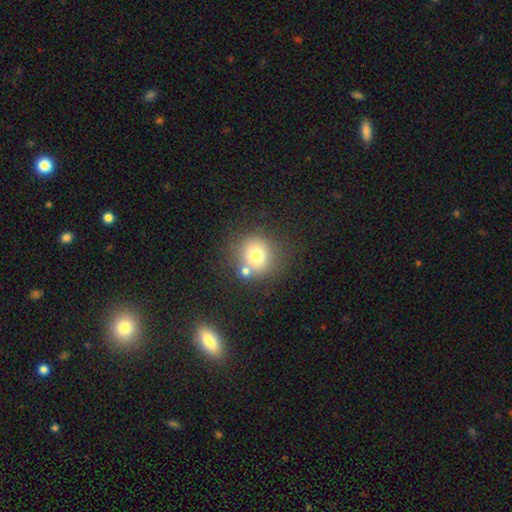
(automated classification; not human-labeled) Q: Smooth or featured?
A: smooth (74%); runner-up: star or artifact (14%)
Q: How rounded?
A: round (90%); runner-up: in between (9%)
Q: Merging?
A: none (67%); runner-up: merger (18%)